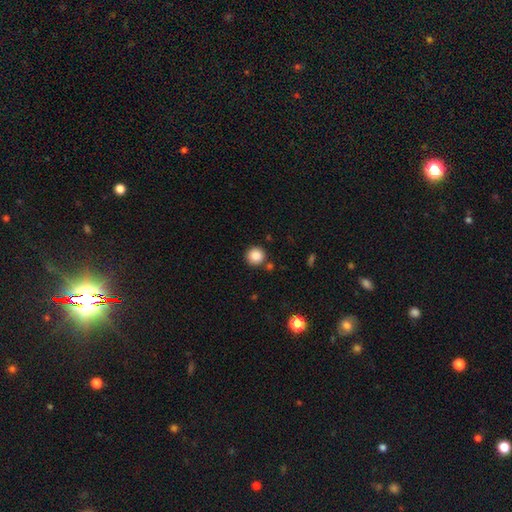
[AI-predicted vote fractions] smooth 87%, star or artifact 10%, featured or disk 3%. Down the decision tree: how rounded — round (94%); merging — none (84%).